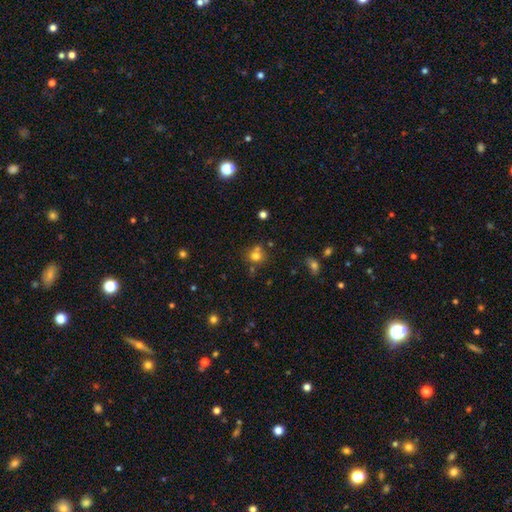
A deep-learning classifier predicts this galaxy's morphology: Smooth or featured: smooth — 72% (star or artifact — 17%)
How rounded: round — 83% (in between — 16%)
Merging: none — 58% (merger — 27%)